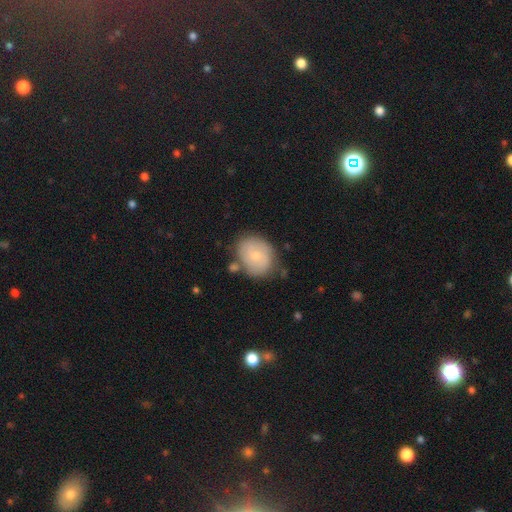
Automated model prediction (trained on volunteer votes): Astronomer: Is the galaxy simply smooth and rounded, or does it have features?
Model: smooth — 52% (runner-up: featured or disk, 41%).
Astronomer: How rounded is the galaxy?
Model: round — 53% (runner-up: in between, 46%).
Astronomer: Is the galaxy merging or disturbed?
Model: none — 69%.